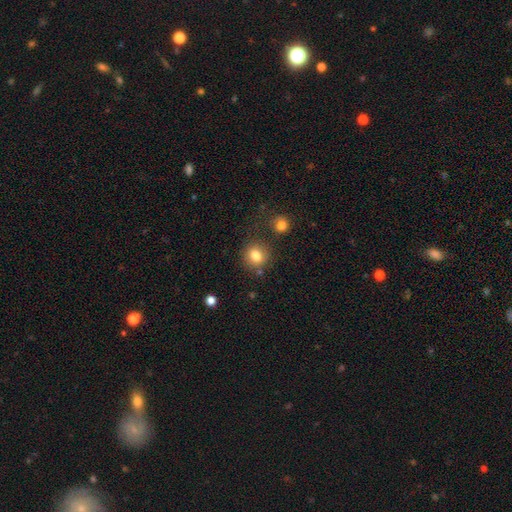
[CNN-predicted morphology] Smooth or featured? smooth (81%)
How rounded? round (83%)
Merging? none (79%)